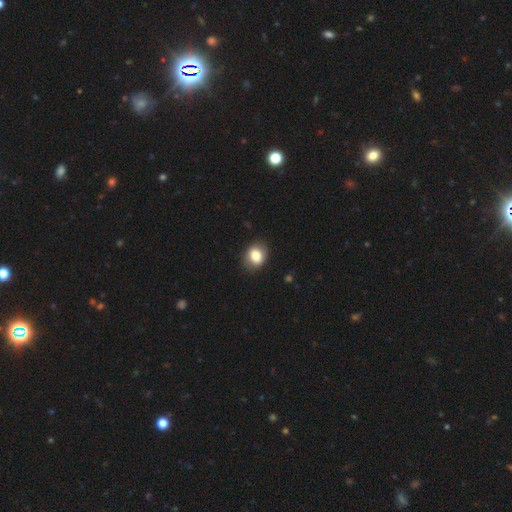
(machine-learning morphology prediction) smooth_or_featured: smooth (p=0.80) [alt: featured or disk p=0.12]
how_rounded: in between (p=0.50) [alt: round p=0.49]
merging: none (p=0.84) [alt: minor disturbance p=0.12]